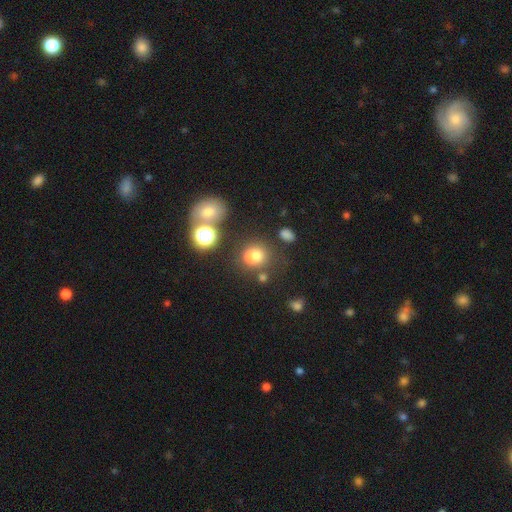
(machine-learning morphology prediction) Smooth or featured?
  - smooth: 66% *
  - star or artifact: 19%
  - featured or disk: 14%
How rounded?
  - round: 67% *
  - in between: 32%
  - cigar-shaped: 1%
Merging?
  - none: 44% *
  - merger: 36%
  - minor disturbance: 13%
  - major disturbance: 7%